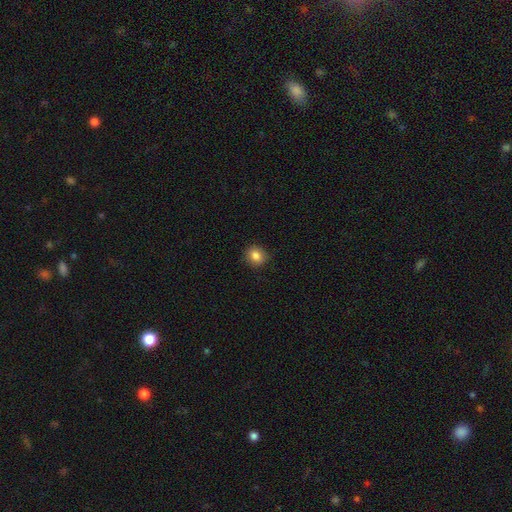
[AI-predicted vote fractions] This appears to be a smooth galaxy with no disk features (84%) that is round (76%). Merging: none (88%).